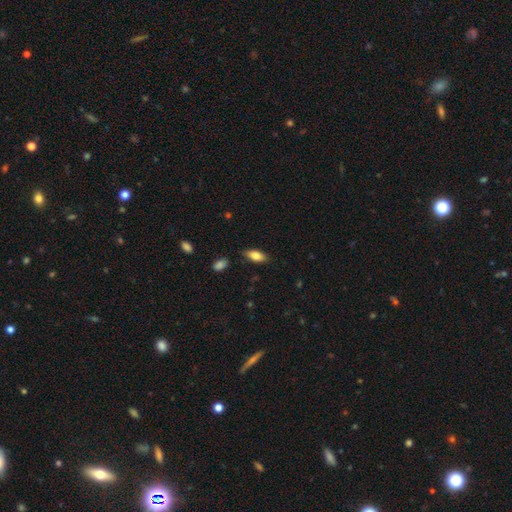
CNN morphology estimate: This is likely a smooth galaxy (78%). How rounded: clearly in between (85%). Merging: likely none (80%).